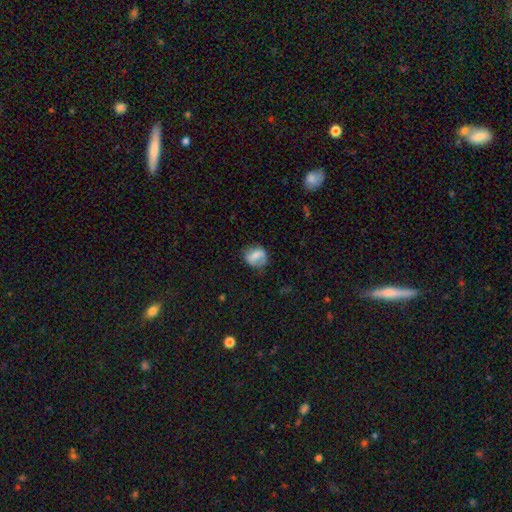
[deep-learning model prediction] smooth-or-featured: smooth: 62% | featured or disk: 30% | star or artifact: 9%
  how-rounded: round: 58% | in between: 40% | cigar-shaped: 2%
  merging: none: 60% | minor disturbance: 25% | major disturbance: 13% | merger: 2%